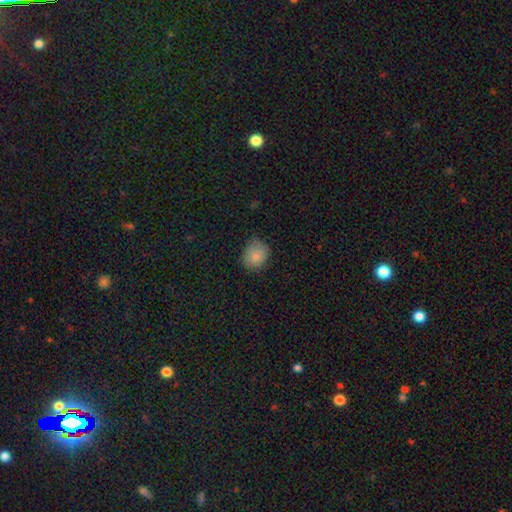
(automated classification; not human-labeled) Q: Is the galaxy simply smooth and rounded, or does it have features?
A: smooth — 82%.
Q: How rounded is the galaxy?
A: round — 69%.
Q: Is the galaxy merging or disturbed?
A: none — 74%.